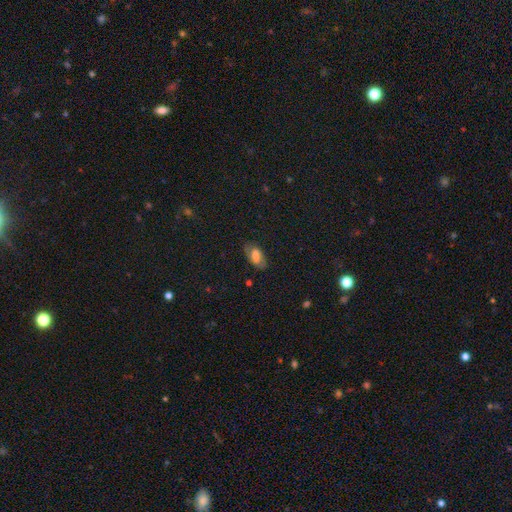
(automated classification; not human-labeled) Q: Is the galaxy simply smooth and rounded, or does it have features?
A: smooth — 65%.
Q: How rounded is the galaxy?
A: in between — 89%.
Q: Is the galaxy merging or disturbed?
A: none — 73%.